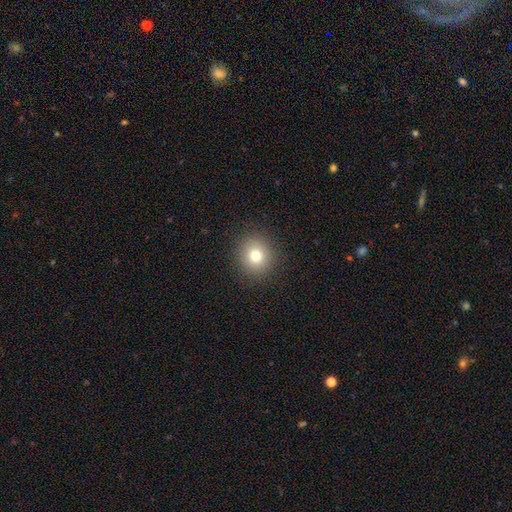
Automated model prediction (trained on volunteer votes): Smooth or featured?
  - smooth: 77% *
  - star or artifact: 13%
  - featured or disk: 10%
How rounded?
  - round: 88% *
  - in between: 11%
  - cigar-shaped: 1%
Merging?
  - none: 90% *
  - minor disturbance: 6%
  - major disturbance: 3%
  - merger: 1%